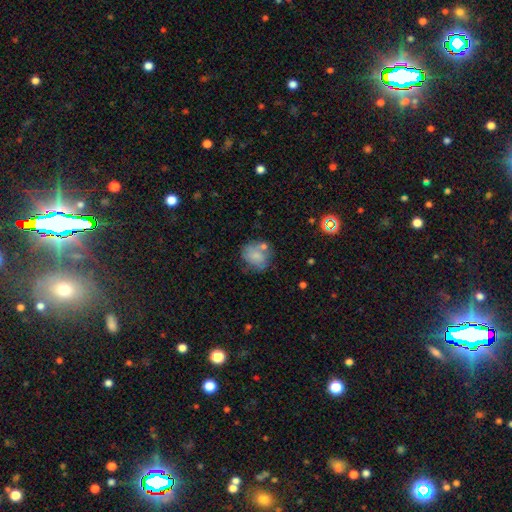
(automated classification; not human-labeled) A smooth galaxy with no disk features (62%) that is round (63%).

Vote fractions:
- Smooth or featured? smooth: 62% / featured or disk: 29% / star or artifact: 9%
- How rounded? round: 63% / in between: 36% / cigar-shaped: 1%
- Merging? none: 44% / minor disturbance: 24% / merger: 19% / major disturbance: 13%